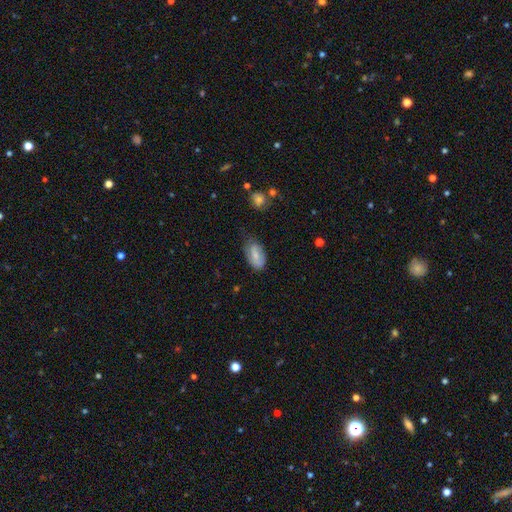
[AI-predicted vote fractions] A smooth galaxy with no disk features (70%) that is in between round and cigar-shaped (93%). Merging: none (57%).